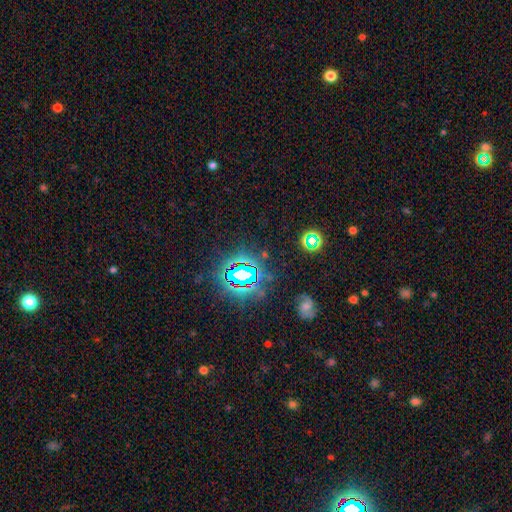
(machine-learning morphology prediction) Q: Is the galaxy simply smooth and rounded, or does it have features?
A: star or artifact — 78%.